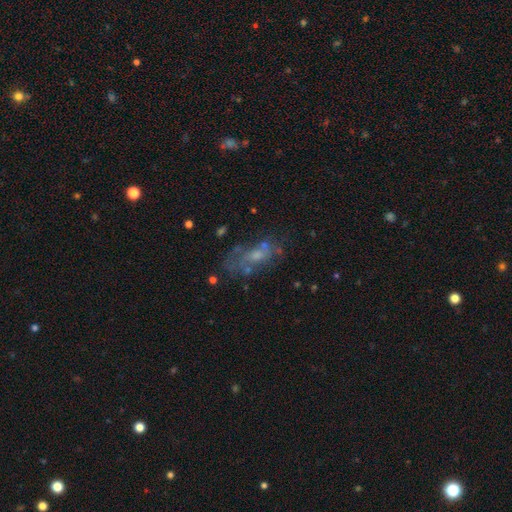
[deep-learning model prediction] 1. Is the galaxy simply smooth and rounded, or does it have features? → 53% featured or disk, 33% smooth, 14% star or artifact.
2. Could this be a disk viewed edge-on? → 89% no, 11% yes.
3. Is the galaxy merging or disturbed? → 46% none, 22% major disturbance, 22% minor disturbance, 10% merger.